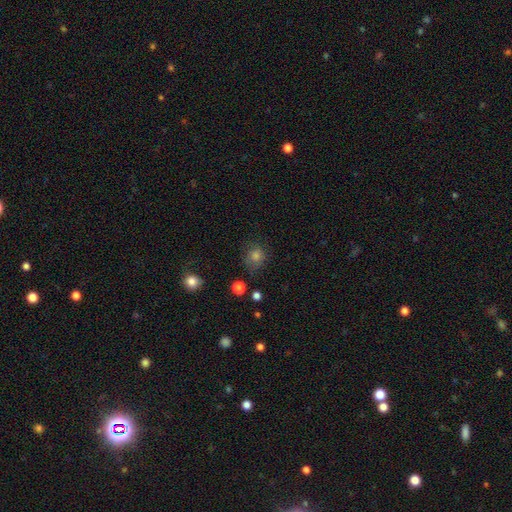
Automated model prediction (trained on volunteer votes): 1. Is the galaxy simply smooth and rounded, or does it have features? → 72% smooth, 20% star or artifact, 8% featured or disk.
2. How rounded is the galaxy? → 87% round, 12% in between, 1% cigar-shaped.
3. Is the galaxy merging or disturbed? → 80% none, 13% minor disturbance, 5% major disturbance, 2% merger.